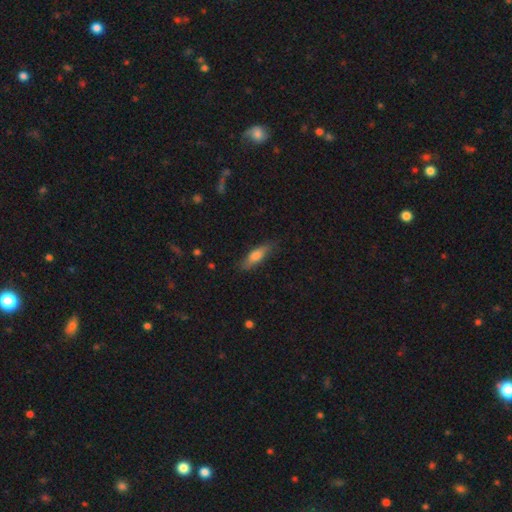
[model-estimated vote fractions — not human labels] Q: Smooth or featured?
A: smooth (70%); runner-up: featured or disk (23%)
Q: How rounded?
A: cigar-shaped (50%); runner-up: in between (47%)
Q: Merging?
A: none (77%); runner-up: minor disturbance (17%)